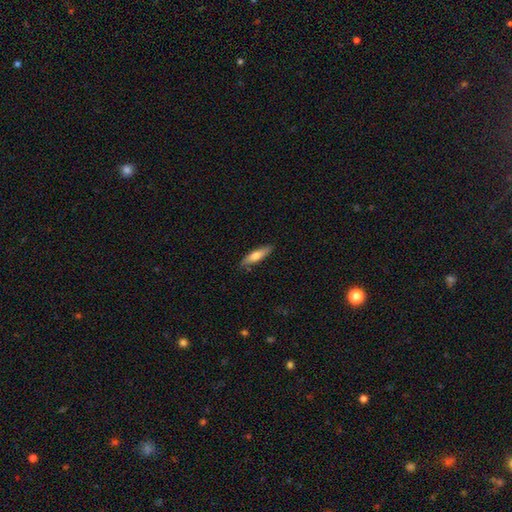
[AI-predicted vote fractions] The model was most divided on "smooth or featured": smooth: 66%, featured or disk: 28%, star or artifact: 6%. More confident: merging — none (84%); how rounded — cigar-shaped (70%).